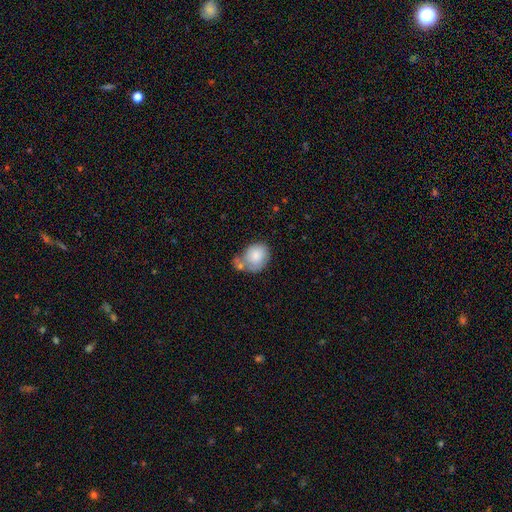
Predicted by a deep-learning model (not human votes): Overall: smooth (78%). How rounded: round (51%; in between 48%). Merging: none (38%; merger 26%).